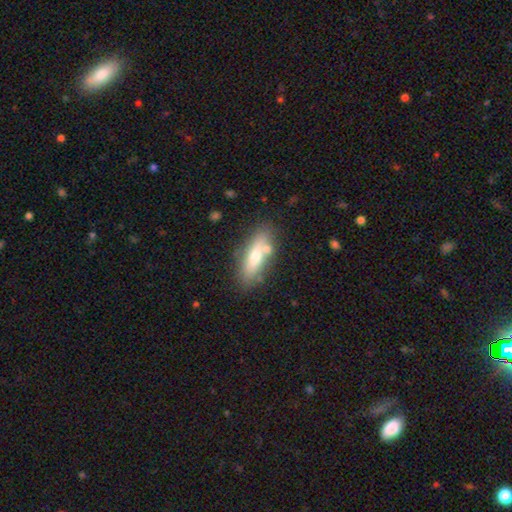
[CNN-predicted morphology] The model was most divided on "how rounded": in between: 56%, cigar-shaped: 42%, round: 2%. More confident: merging — none (73%); smooth or featured — smooth (64%).